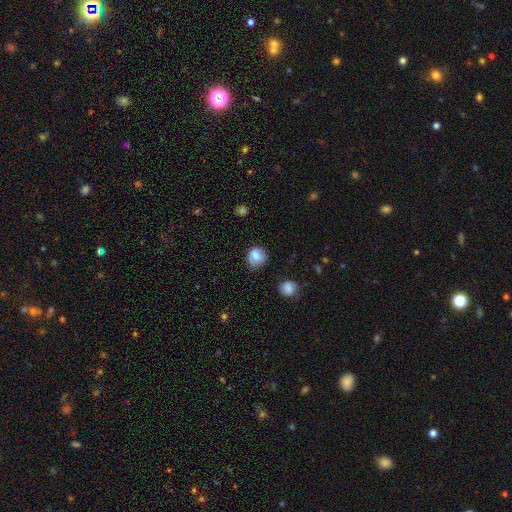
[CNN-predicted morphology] Q: Smooth or featured?
A: smooth (78%); runner-up: featured or disk (13%)
Q: How rounded?
A: round (79%); runner-up: in between (20%)
Q: Merging?
A: none (71%); runner-up: minor disturbance (21%)